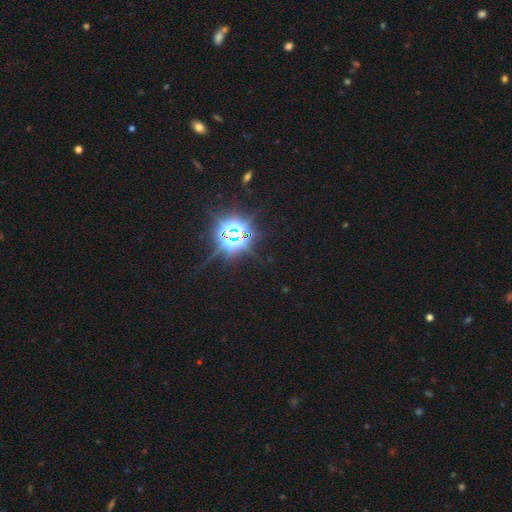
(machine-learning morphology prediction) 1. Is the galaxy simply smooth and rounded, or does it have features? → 86% star or artifact, 9% smooth, 5% featured or disk.